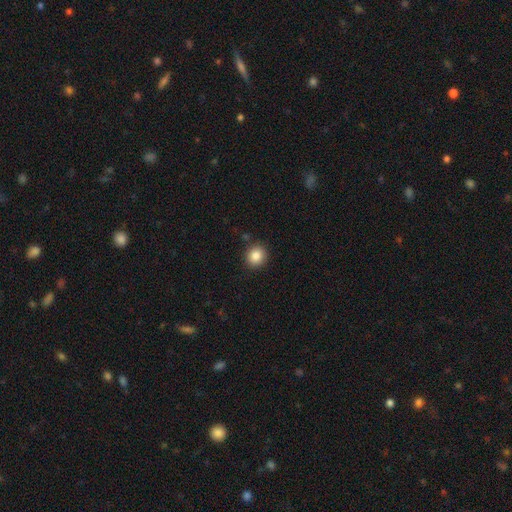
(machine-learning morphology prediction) A smooth galaxy with no disk features (86%) that is round (82%). Merging: none (88%).